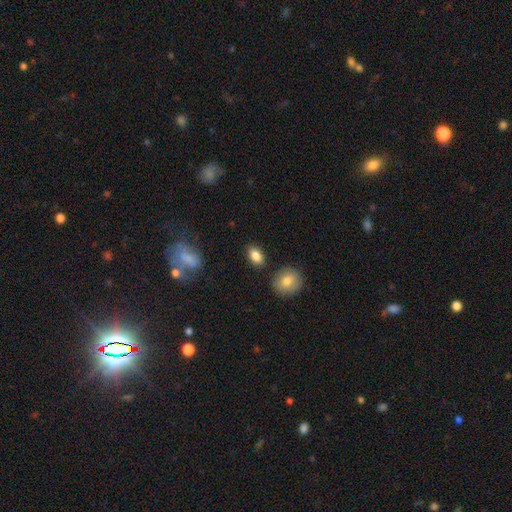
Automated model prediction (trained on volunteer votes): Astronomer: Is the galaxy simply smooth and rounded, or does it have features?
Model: smooth — 85%.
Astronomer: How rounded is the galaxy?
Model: in between — 86%.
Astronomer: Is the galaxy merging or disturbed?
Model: none — 84%.